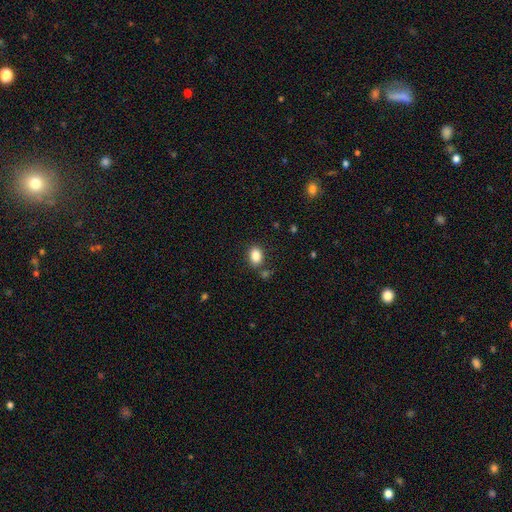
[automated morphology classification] A smooth galaxy with no disk features (86%) that is in between round and cigar-shaped (76%). Merging: none (79%).